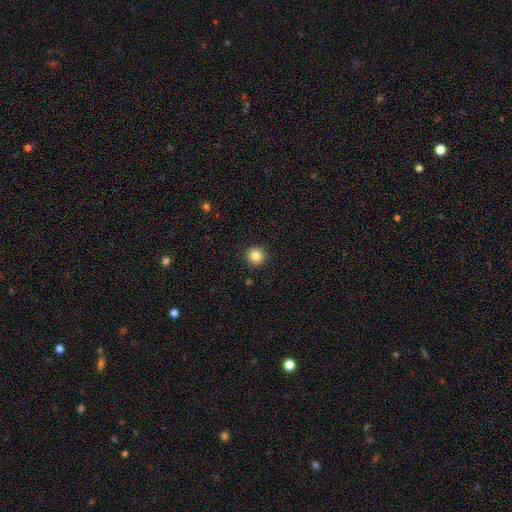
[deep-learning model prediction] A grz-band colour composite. It shows a smooth galaxy with no disk features (85%) that is round (94%). Merging: none (92%).